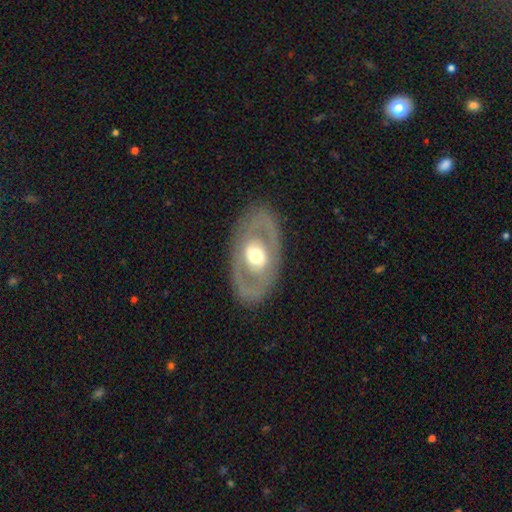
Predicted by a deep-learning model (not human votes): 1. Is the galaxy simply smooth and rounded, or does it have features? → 65% featured or disk, 29% smooth, 5% star or artifact.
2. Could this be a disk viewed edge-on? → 90% no, 10% yes.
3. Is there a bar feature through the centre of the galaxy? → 60% no, 26% weak, 14% strong.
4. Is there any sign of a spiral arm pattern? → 74% no, 26% yes.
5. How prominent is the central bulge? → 66% moderate, 23% large, 8% small, 2% dominant, 1% none.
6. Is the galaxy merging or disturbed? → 83% none, 11% minor disturbance, 6% major disturbance, 1% merger.